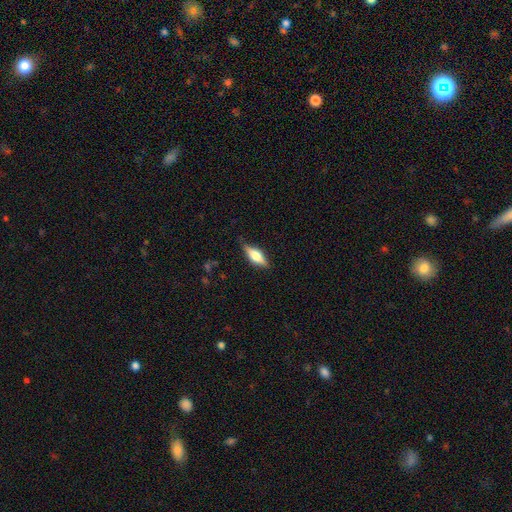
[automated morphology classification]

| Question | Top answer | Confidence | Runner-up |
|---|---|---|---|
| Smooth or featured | smooth | 50% | featured or disk (43%) |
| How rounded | in between | 59% | cigar-shaped (38%) |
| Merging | none | 79% | minor disturbance (16%) |